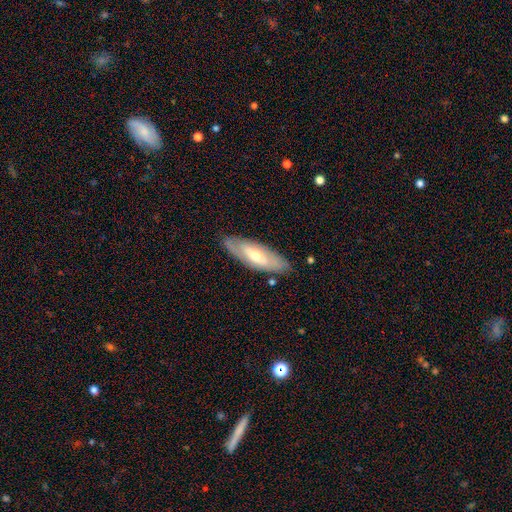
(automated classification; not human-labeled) Q: Smooth or featured?
A: featured or disk (53%); runner-up: smooth (41%)
Q: Edge-on disk?
A: no (68%); runner-up: yes (32%)
Q: Merging?
A: none (82%); runner-up: minor disturbance (14%)